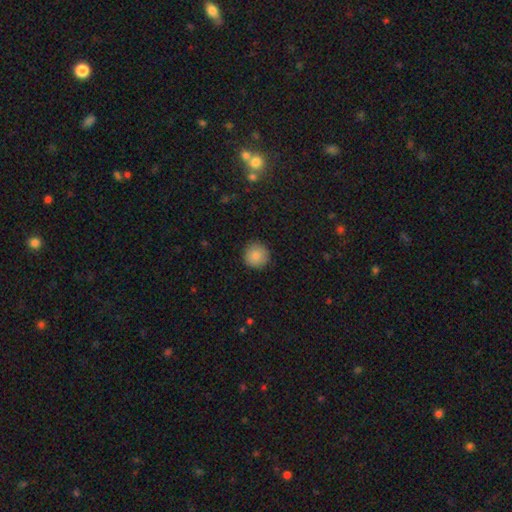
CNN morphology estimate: Overall: smooth (87%). How rounded: round (95%). Merging: none (91%).